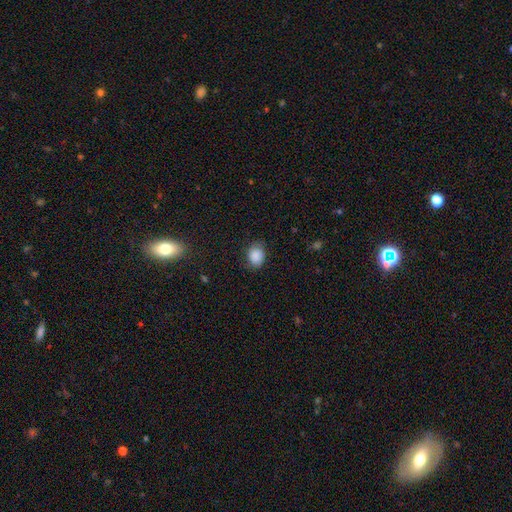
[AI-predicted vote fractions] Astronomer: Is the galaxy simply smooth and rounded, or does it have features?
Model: smooth — 87%.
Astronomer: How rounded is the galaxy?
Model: in between — 54% (runner-up: round, 45%).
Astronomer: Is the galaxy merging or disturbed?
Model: none — 76%.